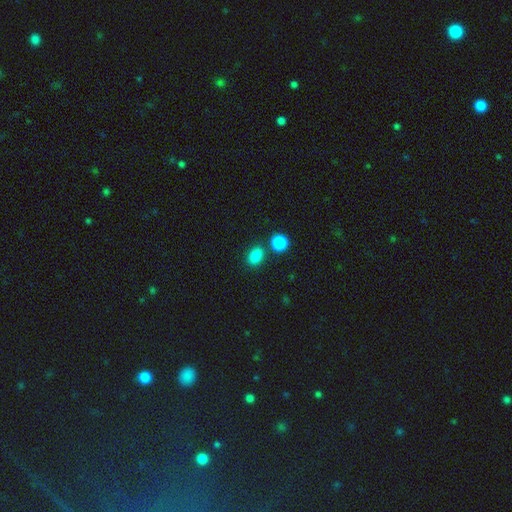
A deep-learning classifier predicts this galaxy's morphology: type=smooth (85%); roundness=in between (69%); merging=none (75%).